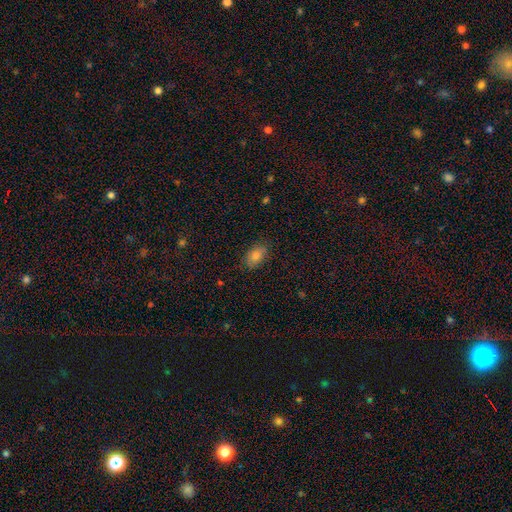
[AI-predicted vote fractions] A smooth galaxy with no disk features (80%) that is in between round and cigar-shaped (90%).

Vote fractions:
- Smooth or featured? smooth: 80% / featured or disk: 11% / star or artifact: 9%
- How rounded? in between: 90% / round: 8% / cigar-shaped: 2%
- Merging? none: 84% / minor disturbance: 13% / major disturbance: 3% / merger: 1%